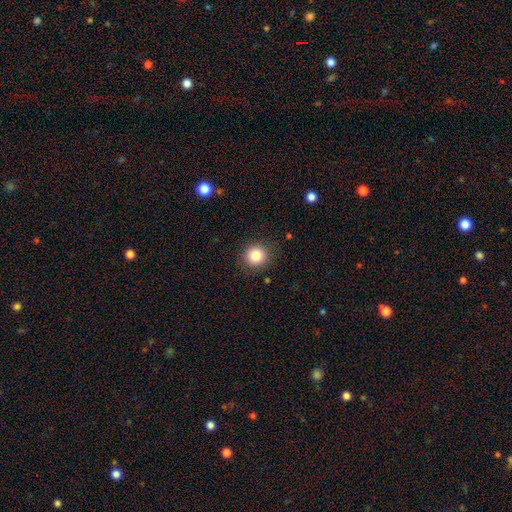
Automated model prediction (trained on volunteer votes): Smooth or featured?
  - smooth: 84% *
  - star or artifact: 10%
  - featured or disk: 6%
How rounded?
  - round: 89% *
  - in between: 10%
  - cigar-shaped: 1%
Merging?
  - none: 87% *
  - minor disturbance: 9%
  - major disturbance: 3%
  - merger: 1%